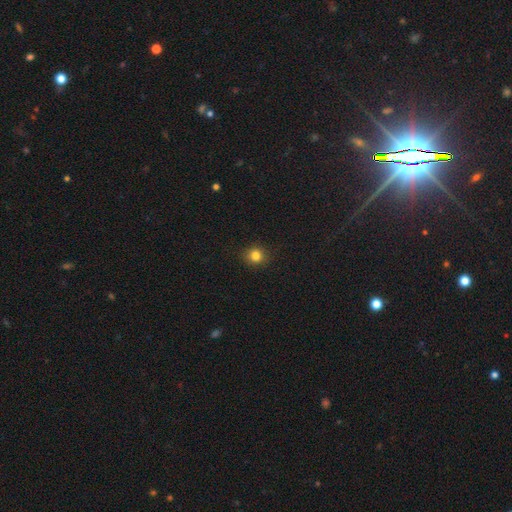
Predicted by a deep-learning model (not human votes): Smooth or featured?
  - smooth: 82% *
  - star or artifact: 13%
  - featured or disk: 5%
How rounded?
  - round: 88% *
  - in between: 11%
  - cigar-shaped: 1%
Merging?
  - none: 90% *
  - minor disturbance: 7%
  - major disturbance: 2%
  - merger: 1%